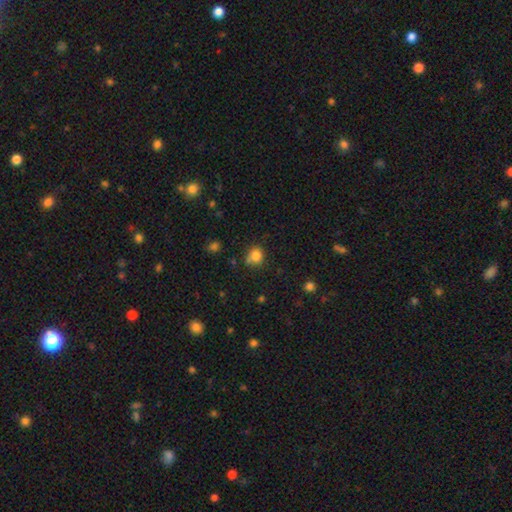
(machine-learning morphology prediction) Smooth or featured?
  - smooth: 82% *
  - star or artifact: 12%
  - featured or disk: 6%
How rounded?
  - round: 75% *
  - in between: 24%
  - cigar-shaped: 1%
Merging?
  - none: 61% *
  - minor disturbance: 23%
  - merger: 9%
  - major disturbance: 6%